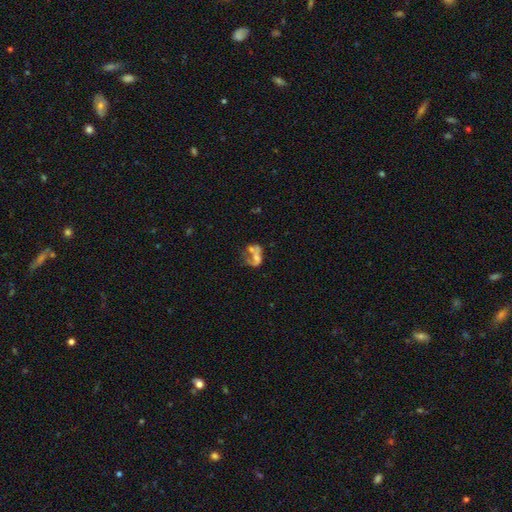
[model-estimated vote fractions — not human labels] This is possibly a featured or disk galaxy (50%). It is clearly not viewed edge-on (96%). Merging: marginally merger (42%).